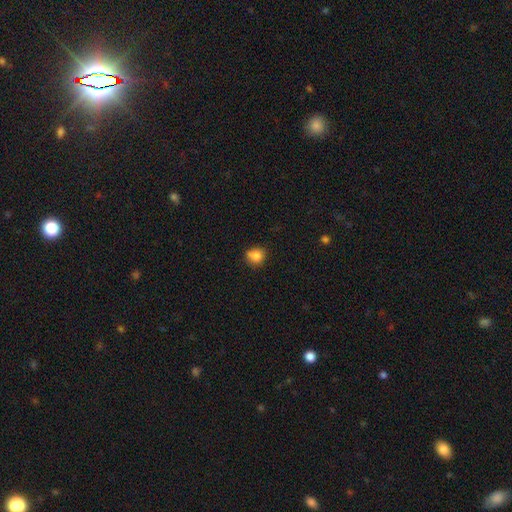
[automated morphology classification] Q: Smooth or featured?
A: smooth (84%); runner-up: star or artifact (11%)
Q: How rounded?
A: round (75%); runner-up: in between (24%)
Q: Merging?
A: none (70%); runner-up: minor disturbance (23%)